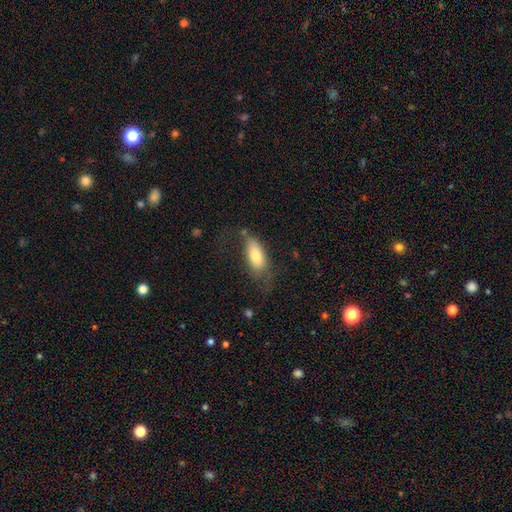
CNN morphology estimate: Smooth or featured? smooth (73%)
How rounded? in between (83%)
Merging? none (46%)